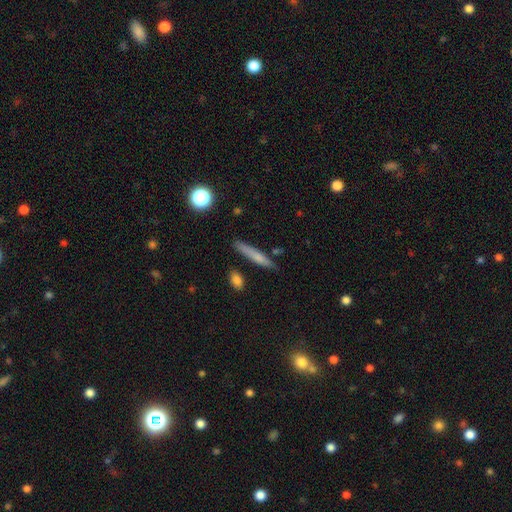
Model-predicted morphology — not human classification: A smooth galaxy with no disk features (66%) that is cigar-shaped (91%).

Vote fractions:
- Smooth or featured? smooth: 66% / featured or disk: 26% / star or artifact: 8%
- How rounded? cigar-shaped: 91% / in between: 7% / round: 2%
- Merging? none: 83% / minor disturbance: 11% / merger: 3% / major disturbance: 3%